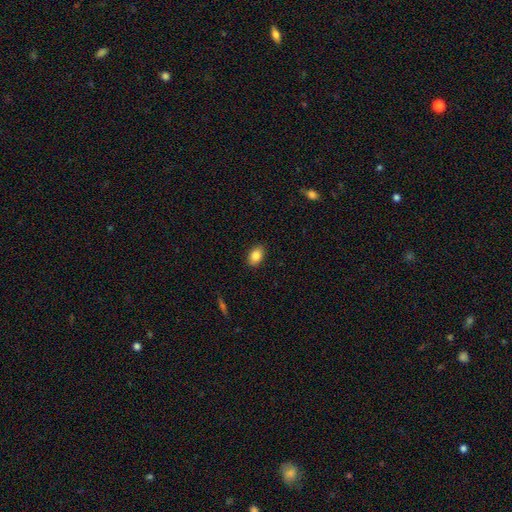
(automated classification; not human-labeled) Smooth or featured: smooth — 86% (star or artifact — 8%)
How rounded: in between — 86% (round — 12%)
Merging: none — 88% (minor disturbance — 9%)